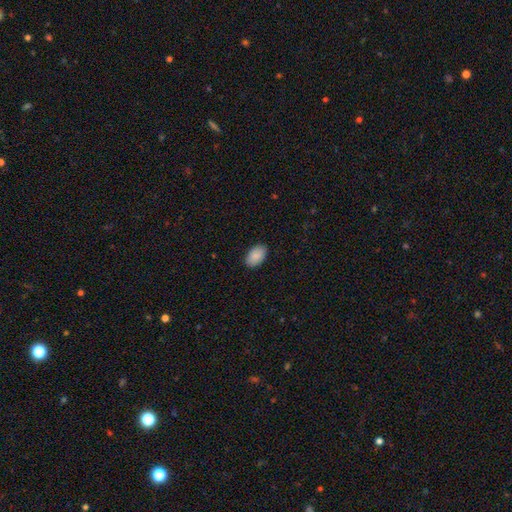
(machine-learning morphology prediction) Smooth or featured?
  - smooth: 90% *
  - star or artifact: 6%
  - featured or disk: 4%
How rounded?
  - in between: 92% *
  - round: 7%
  - cigar-shaped: 1%
Merging?
  - none: 89% *
  - minor disturbance: 8%
  - major disturbance: 2%
  - merger: 1%